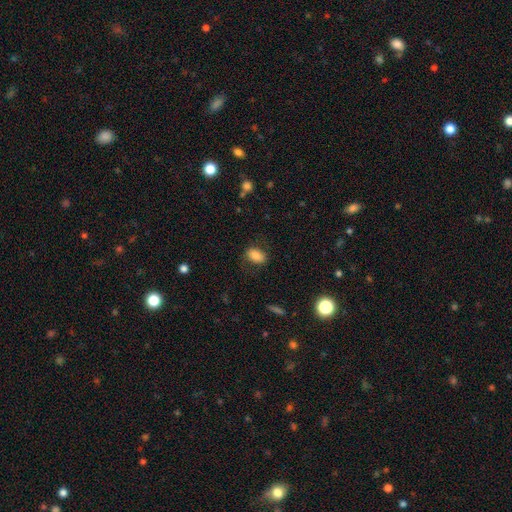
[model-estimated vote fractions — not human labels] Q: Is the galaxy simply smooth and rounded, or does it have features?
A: smooth — 76%.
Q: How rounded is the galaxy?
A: in between — 84%.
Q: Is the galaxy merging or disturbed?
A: none — 72%.